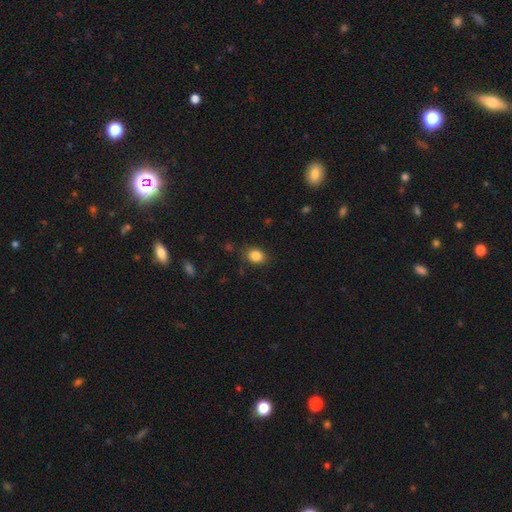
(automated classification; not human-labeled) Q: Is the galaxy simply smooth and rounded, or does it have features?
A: smooth — 85%.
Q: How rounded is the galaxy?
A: in between — 63%.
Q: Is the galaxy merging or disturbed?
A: none — 82%.